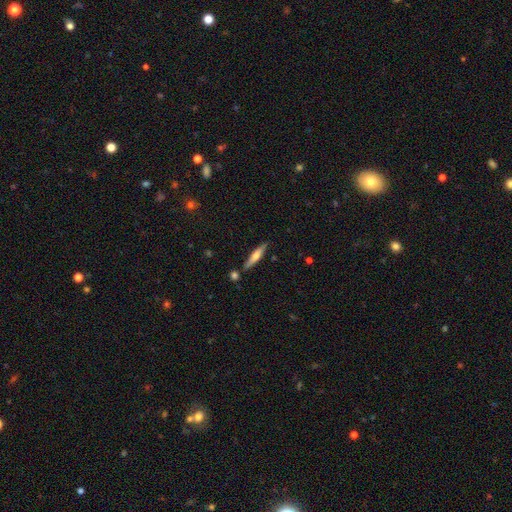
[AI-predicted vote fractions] Morphology: type=smooth (48%); merging=none (80%).